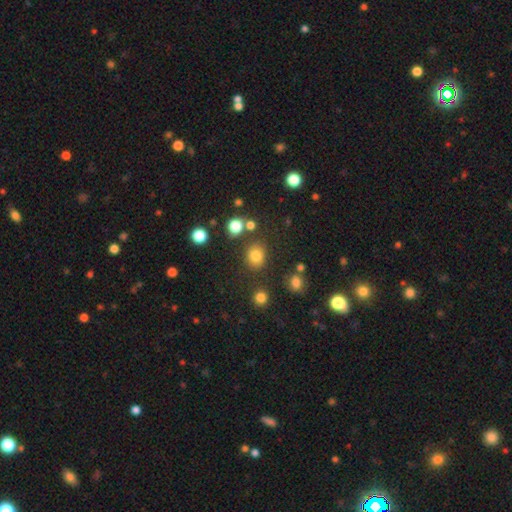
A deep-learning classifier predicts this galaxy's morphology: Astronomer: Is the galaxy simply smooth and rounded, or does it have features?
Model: smooth — 79%.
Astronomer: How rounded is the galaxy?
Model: round — 66%.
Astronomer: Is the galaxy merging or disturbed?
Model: none — 78%.